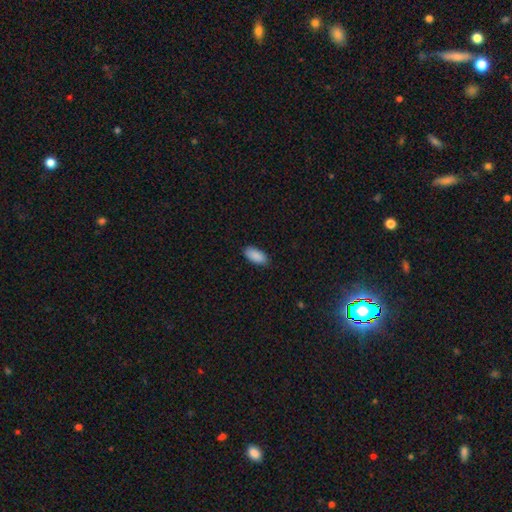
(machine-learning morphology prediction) Smooth or featured? Predicted: smooth (p=0.91). How rounded? Predicted: in between (p=0.91). Merging? Predicted: none (p=0.86).